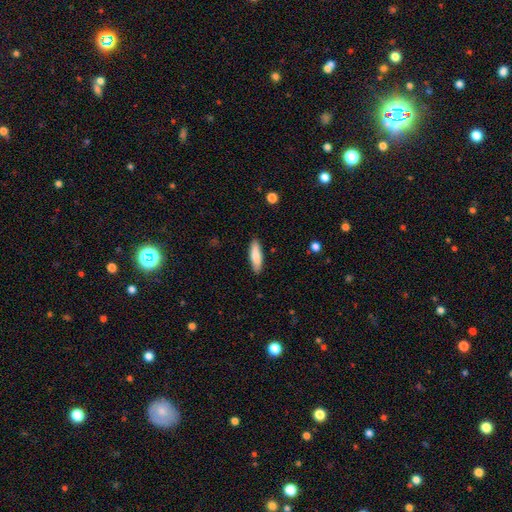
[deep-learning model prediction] Overall: smooth (82%). How rounded: cigar-shaped (55%; in between 44%). Merging: none (88%).